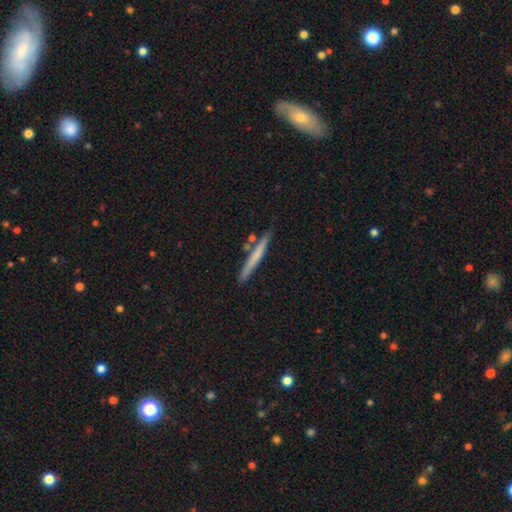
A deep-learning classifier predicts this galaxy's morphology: Smooth or featured: smooth — 59% (featured or disk — 35%)
How rounded: cigar-shaped — 96% (in between — 2%)
Merging: none — 81% (minor disturbance — 12%)